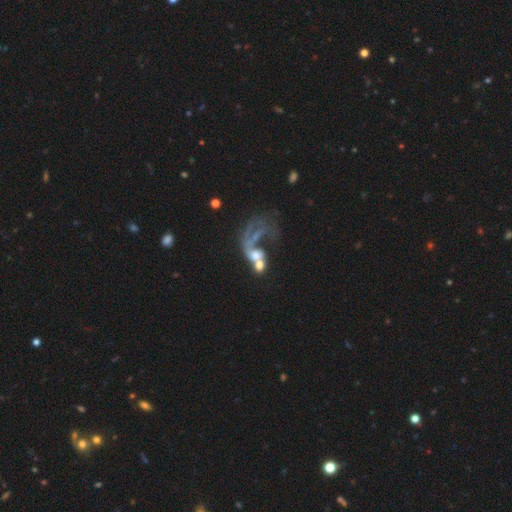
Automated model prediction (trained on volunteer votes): A featured or disk galaxy (56%) with no bar (74%), no spiral arms (53%) and a moderate central bulge (34%).

Vote fractions:
- Smooth or featured? featured or disk: 56% / smooth: 32% / star or artifact: 12%
- Edge-on disk? no: 95% / yes: 5%
- Bar? no: 74% / weak: 19% / strong: 8%
- Spiral arms? no: 53% / yes: 47%
- Bulge size? moderate: 34% / none: 22% / small: 21% / large: 17% / dominant: 6%
- Merging? merger: 57% / major disturbance: 27% / none: 11% / minor disturbance: 6%